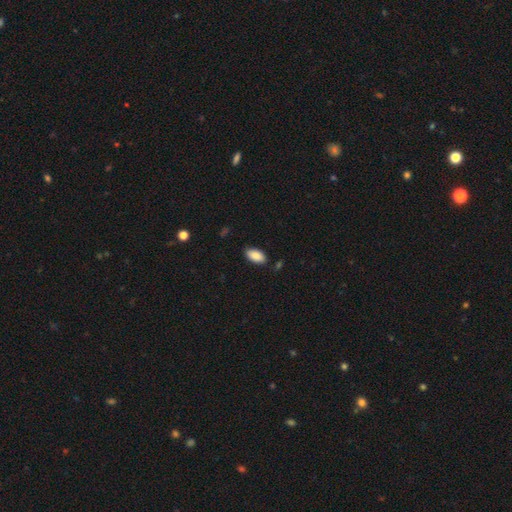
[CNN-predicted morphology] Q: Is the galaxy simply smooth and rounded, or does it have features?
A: smooth — 88%.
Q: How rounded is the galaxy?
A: in between — 94%.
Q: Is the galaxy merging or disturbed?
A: none — 85%.